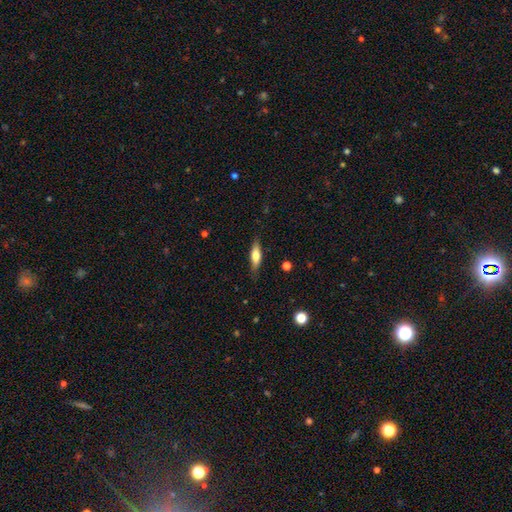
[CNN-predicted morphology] smooth_or_featured: smooth (p=0.65) [alt: featured or disk p=0.29]
how_rounded: cigar-shaped (p=0.53) [alt: in between p=0.45]
merging: none (p=0.79) [alt: minor disturbance p=0.16]